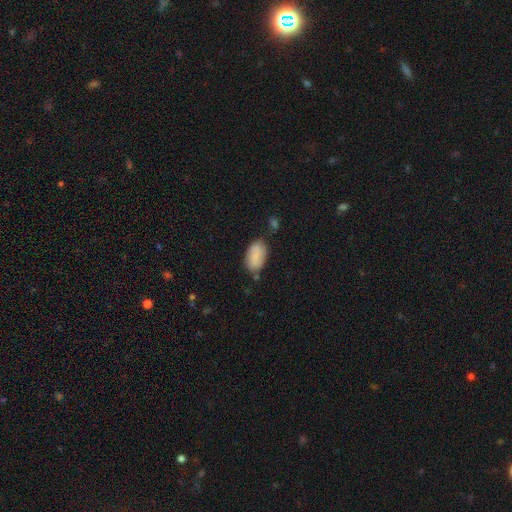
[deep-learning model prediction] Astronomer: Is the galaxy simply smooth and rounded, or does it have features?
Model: smooth — 83%.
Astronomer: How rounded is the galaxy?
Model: in between — 94%.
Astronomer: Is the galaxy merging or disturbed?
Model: none — 67%.